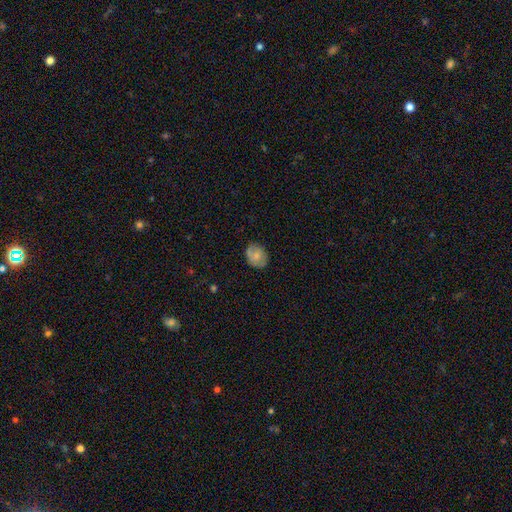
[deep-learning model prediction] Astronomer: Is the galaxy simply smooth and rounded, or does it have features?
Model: smooth — 67%.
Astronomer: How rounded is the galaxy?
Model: round — 50% (runner-up: in between, 49%).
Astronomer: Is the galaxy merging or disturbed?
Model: none — 75%.